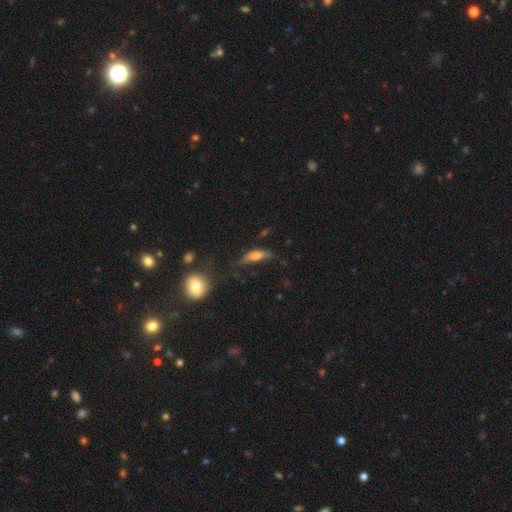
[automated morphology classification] Smooth or featured?
  - smooth: 60% *
  - featured or disk: 30%
  - star or artifact: 10%
How rounded?
  - cigar-shaped: 48% * (tied)
  - in between: 48% * (tied)
  - round: 4%
Merging?
  - none: 46% *
  - minor disturbance: 29%
  - major disturbance: 19%
  - merger: 5%